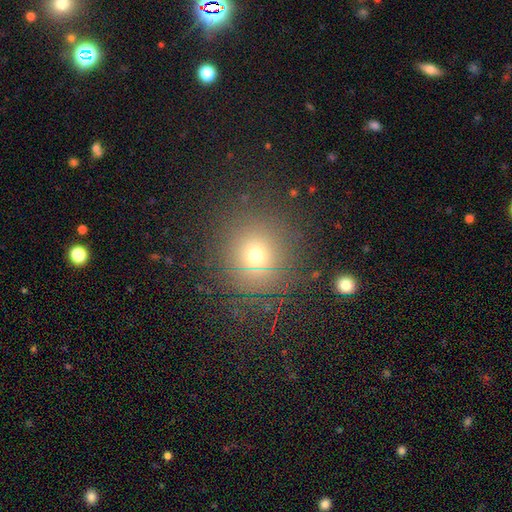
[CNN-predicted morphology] A smooth galaxy with no disk features (68%) that is round (88%).

Vote fractions:
- Smooth or featured? smooth: 68% / star or artifact: 22% / featured or disk: 10%
- How rounded? round: 88% / in between: 11% / cigar-shaped: 1%
- Merging? none: 85% / minor disturbance: 9% / major disturbance: 4% / merger: 2%